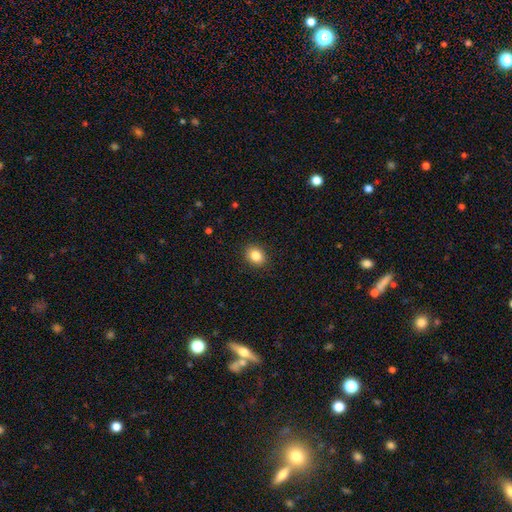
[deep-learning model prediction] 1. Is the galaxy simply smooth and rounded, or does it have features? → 85% smooth, 10% star or artifact, 6% featured or disk.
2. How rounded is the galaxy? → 53% in between, 46% round, 1% cigar-shaped.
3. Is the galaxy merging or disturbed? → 90% none, 7% minor disturbance, 2% major disturbance, 1% merger.